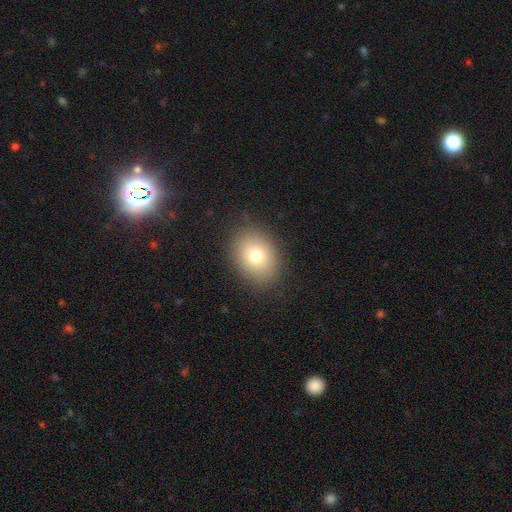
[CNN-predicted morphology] Q: Smooth or featured?
A: smooth (77%); runner-up: featured or disk (12%)
Q: How rounded?
A: in between (61%); runner-up: round (38%)
Q: Merging?
A: none (87%); runner-up: minor disturbance (9%)